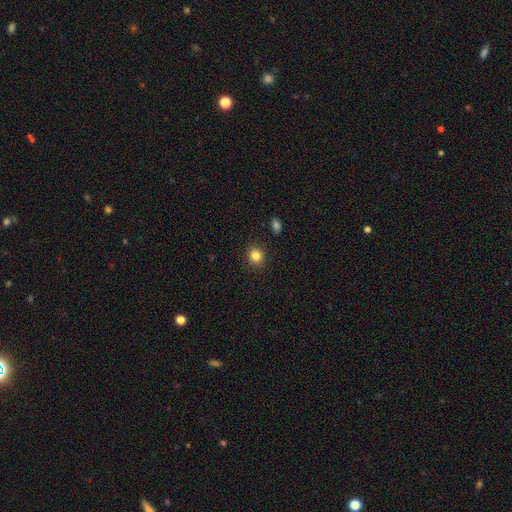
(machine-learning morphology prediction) A smooth galaxy with no disk features (84%) that is round (82%).

Vote fractions:
- Smooth or featured? smooth: 84% / star or artifact: 11% / featured or disk: 5%
- How rounded? round: 82% / in between: 17% / cigar-shaped: 1%
- Merging? none: 90% / minor disturbance: 6% / major disturbance: 2% / merger: 1%